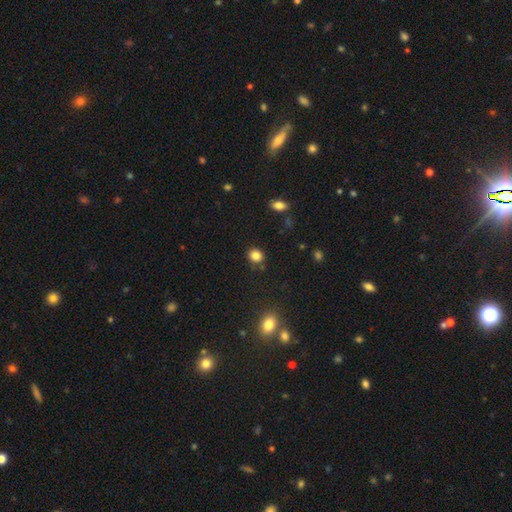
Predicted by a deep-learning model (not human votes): This is clearly a smooth galaxy (84%). How rounded: likely round (76%). Merging: clearly none (81%).